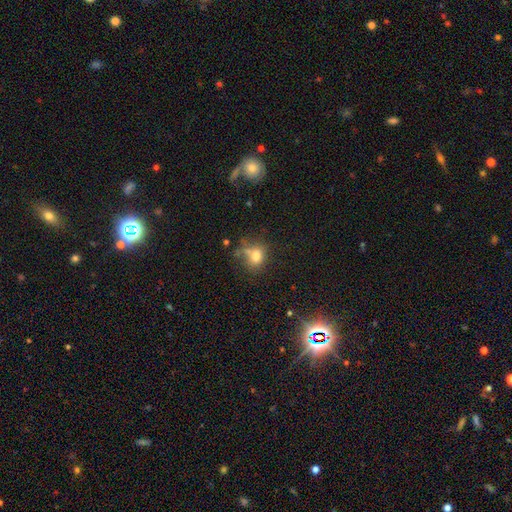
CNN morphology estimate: The model was most divided on "how rounded": round: 54%, in between: 45%, cigar-shaped: 1%. More confident: smooth or featured — smooth (75%); merging — none (50%).